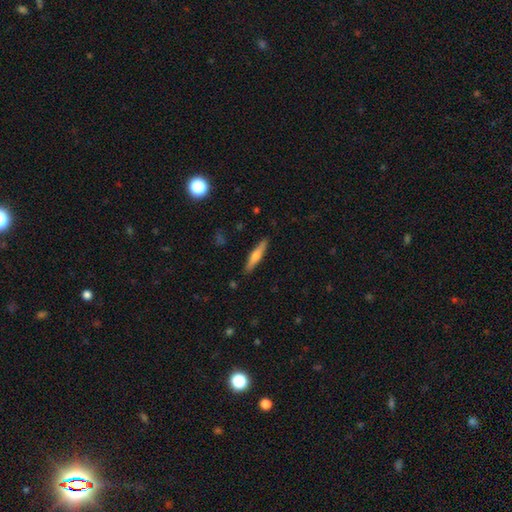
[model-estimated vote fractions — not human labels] A smooth galaxy with no disk features (51%) that is cigar-shaped (87%). Merging: none (90%).